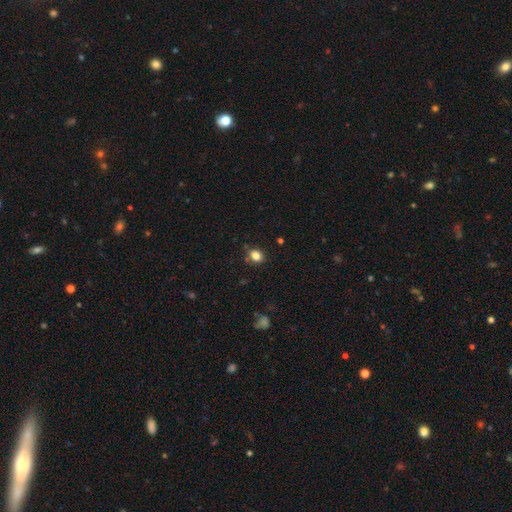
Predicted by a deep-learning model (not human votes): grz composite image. It shows a smooth galaxy with no disk features (82%) that is round (60%). Merging: none (82%).